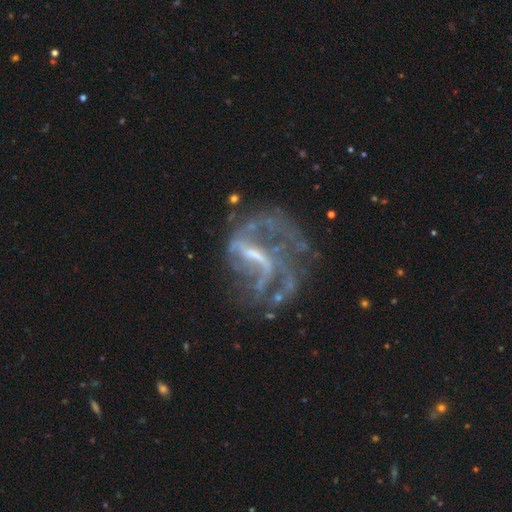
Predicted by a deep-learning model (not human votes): Smooth or featured?
  - featured or disk: 84% *
  - star or artifact: 10%
  - smooth: 7%
Edge-on disk?
  - no: 97% *
  - yes: 3%
Bar?
  - weak: 42% *
  - strong: 41%
  - no: 17%
Spiral arms?
  - yes: 81% *
  - no: 19%
Spiral winding?
  - loose: 54% *
  - medium: 34%
  - tight: 12%
Spiral arm count?
  - 2: 40% *
  - can't tell: 24%
  - 3: 13%
  - 1: 13%
  - 4: 6%
  - more than 4: 5%
Bulge size?
  - small: 39% *
  - none: 34%
  - moderate: 24%
  - large: 3%
  - dominant: 1%
Merging?
  - none: 40% *
  - major disturbance: 38%
  - minor disturbance: 16%
  - merger: 6%